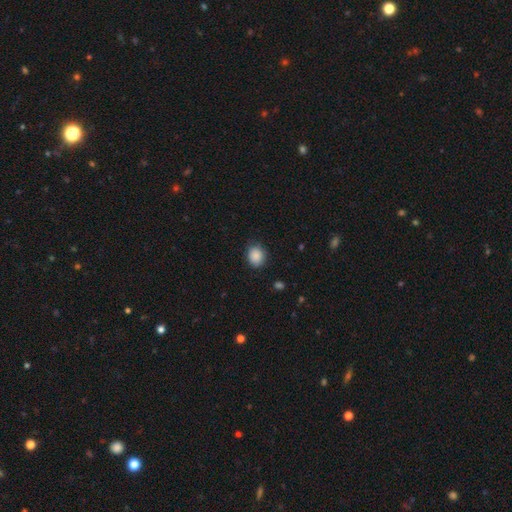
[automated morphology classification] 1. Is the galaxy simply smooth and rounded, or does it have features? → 88% smooth, 8% star or artifact, 4% featured or disk.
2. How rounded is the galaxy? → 62% round, 37% in between, 1% cigar-shaped.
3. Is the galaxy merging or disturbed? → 83% none, 13% minor disturbance, 3% major disturbance, 1% merger.